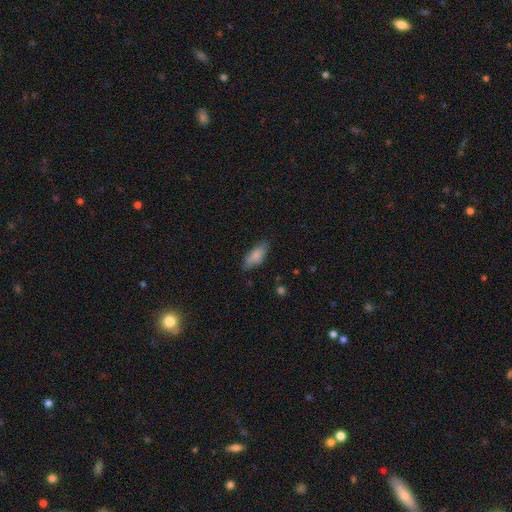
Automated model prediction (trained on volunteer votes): A smooth galaxy with no disk features (83%) that is in between round and cigar-shaped (82%). Merging: none (78%).